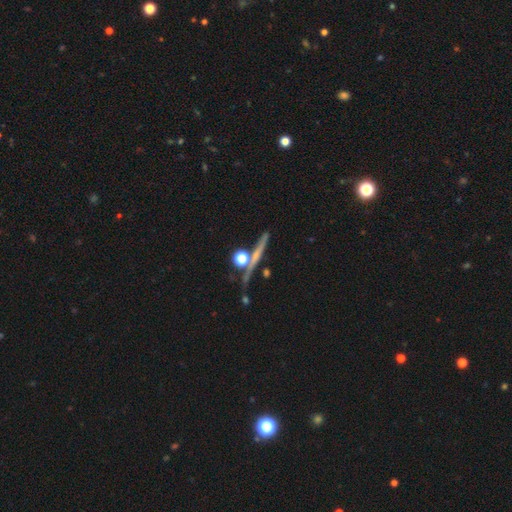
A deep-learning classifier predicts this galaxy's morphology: Smooth or featured?
  - featured or disk: 43% *
  - smooth: 37%
  - star or artifact: 21%
Merging?
  - none: 74% *
  - merger: 11%
  - minor disturbance: 10%
  - major disturbance: 5%